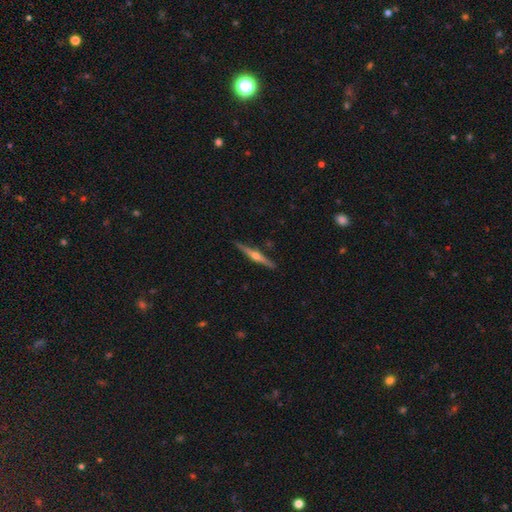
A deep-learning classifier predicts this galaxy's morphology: smooth_or_featured: featured or disk (p=0.74) [alt: smooth p=0.21]
disk_edge_on: yes (p=0.98) [alt: no p=0.02]
edge_on_bulge: rounded (p=0.92) [alt: none p=0.04]
merging: none (p=0.89) [alt: minor disturbance p=0.08]